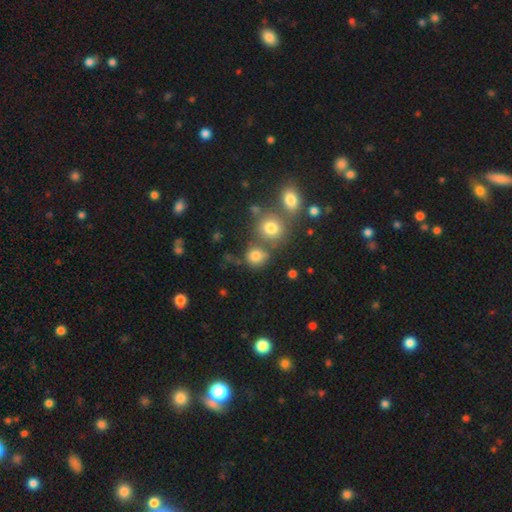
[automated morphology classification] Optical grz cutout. It shows a smooth galaxy with no disk features (76%) that is round (79%). Merging: none (57%).